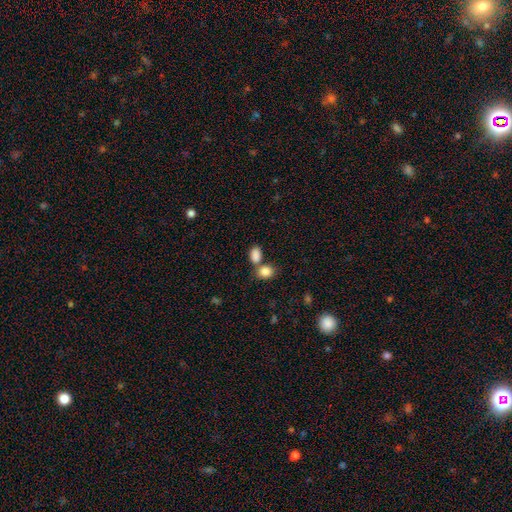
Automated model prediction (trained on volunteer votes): Q: Smooth or featured?
A: smooth (86%); runner-up: star or artifact (9%)
Q: How rounded?
A: in between (79%); runner-up: round (20%)
Q: Merging?
A: none (47%); runner-up: merger (39%)